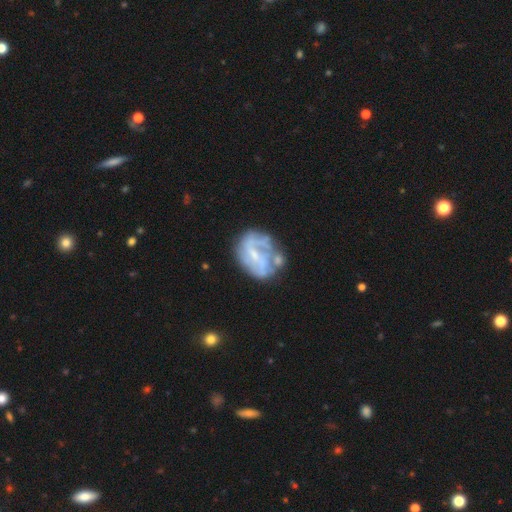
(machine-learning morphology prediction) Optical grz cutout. It shows a featured or disk galaxy (74%) with a weak bar (46%), spiral arms (66%) and a small central bulge (54%). Merging: none (44%).